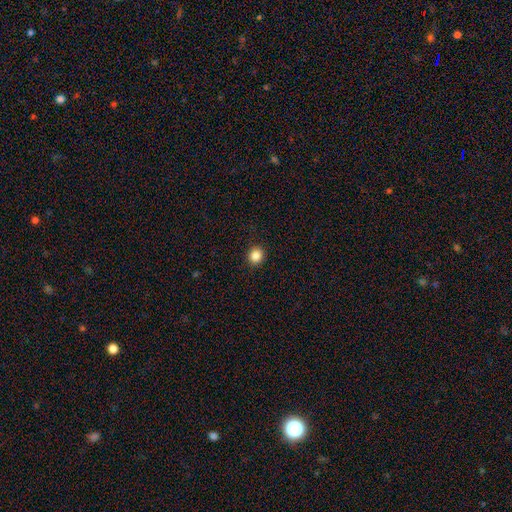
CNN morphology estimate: A smooth galaxy with no disk features (85%) that is round (90%). Merging: none (93%).